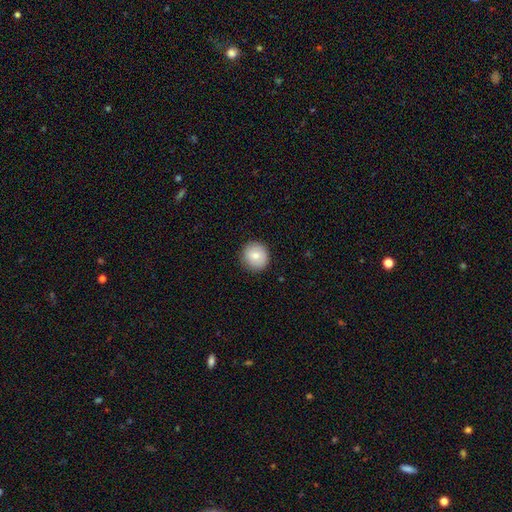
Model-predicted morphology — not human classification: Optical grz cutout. It shows a smooth galaxy with no disk features (80%) that is round (91%). Merging: none (90%).